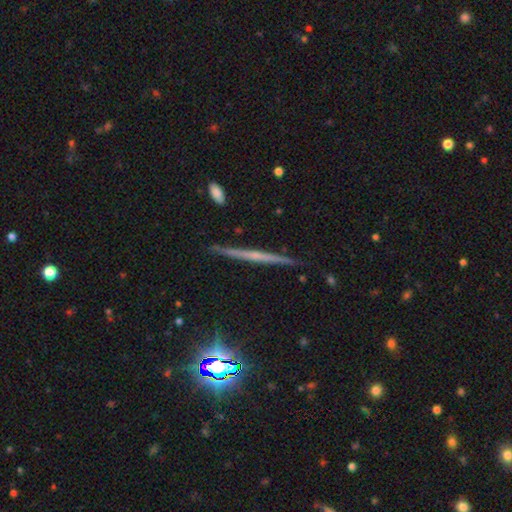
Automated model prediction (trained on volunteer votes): A featured or disk galaxy (64%) viewed edge-on (98%) with no central bulge (66%). Merging: none (91%).